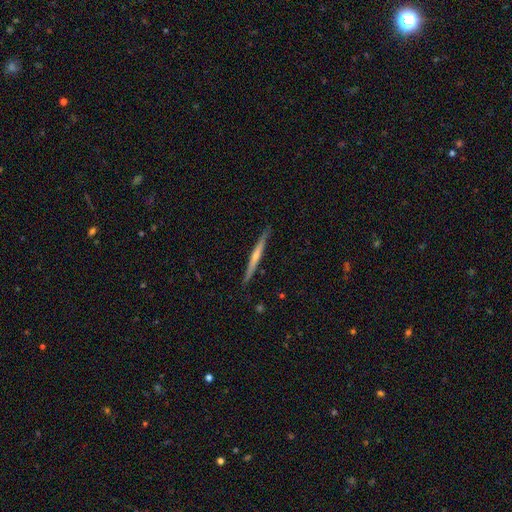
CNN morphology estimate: A featured or disk galaxy (63%) viewed edge-on (98%) with a rounded central bulge (53%).

Vote fractions:
- Smooth or featured? featured or disk: 63% / smooth: 31% / star or artifact: 5%
- Edge-on disk? yes: 98% / no: 2%
- Edge-on bulge? rounded: 53% / none: 42% / boxy: 5%
- Merging? none: 90% / minor disturbance: 8% / major disturbance: 1% / merger: 1%